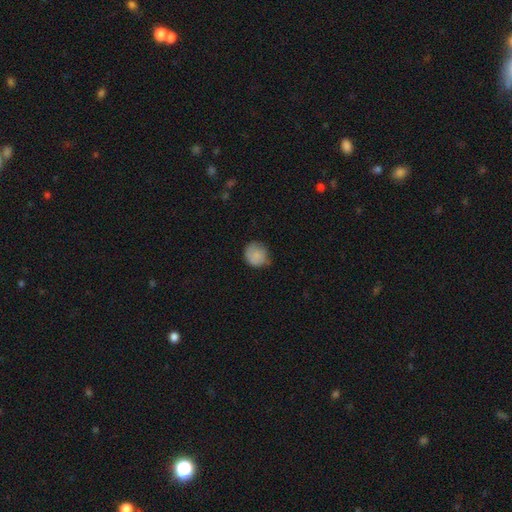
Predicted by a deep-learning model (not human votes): A smooth galaxy with no disk features (84%) that is round (85%). Merging: none (68%).